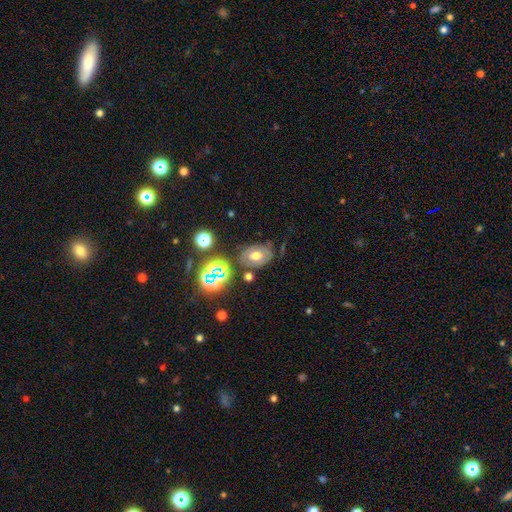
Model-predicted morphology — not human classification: The model was most divided on "smooth or featured": smooth: 48%, featured or disk: 32%, star or artifact: 20%. More confident: merging — none (70%).